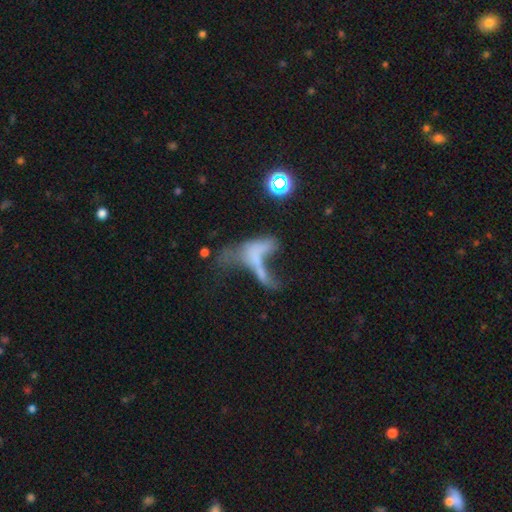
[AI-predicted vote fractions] A smooth galaxy with no disk features (45%).

Vote fractions:
- Smooth or featured? smooth: 45% / featured or disk: 38% / star or artifact: 17%
- Merging? merger: 45% / major disturbance: 33% / none: 14% / minor disturbance: 8%